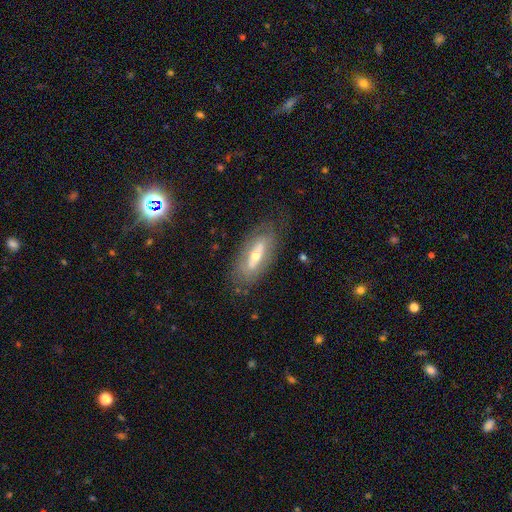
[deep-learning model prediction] The model was most divided on "smooth or featured": featured or disk: 60%, smooth: 32%, star or artifact: 7%. More confident: merging — none (75%); edge-on disk — no (72%).